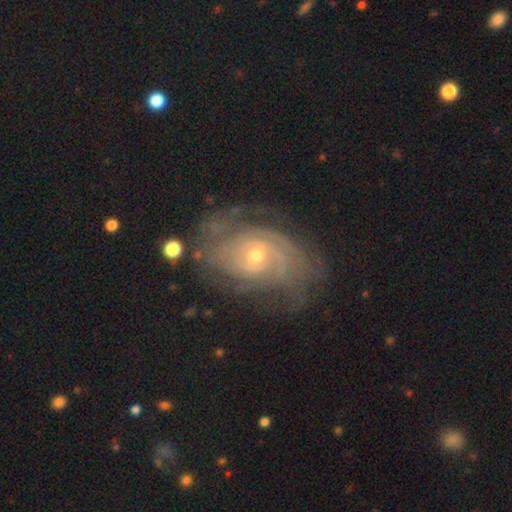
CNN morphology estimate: smooth-or-featured: featured or disk: 85% | smooth: 8% | star or artifact: 7%
  disk-edge-on: no: 96% | yes: 4%
    bar: no: 68% | weak: 26% | strong: 6%
    has-spiral-arms: yes: 95% | no: 5%
      spiral-winding: tight: 65% | medium: 27% | loose: 7%
      spiral-arm-count: can't tell: 37% | 2: 24% | 3: 15% | 4: 10% | more than 4: 7% | 1: 6%
    bulge-size: small: 66% | moderate: 31% | large: 2% | none: 1% | dominant: 1%
  merging: none: 69% | minor disturbance: 19% | major disturbance: 10% | merger: 2%